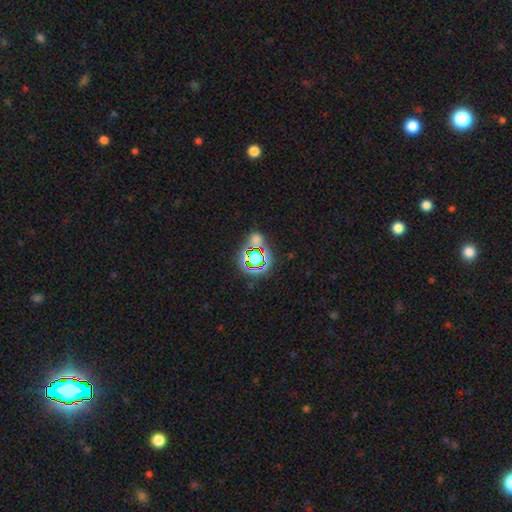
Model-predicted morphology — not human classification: type=star or artifact (64%).